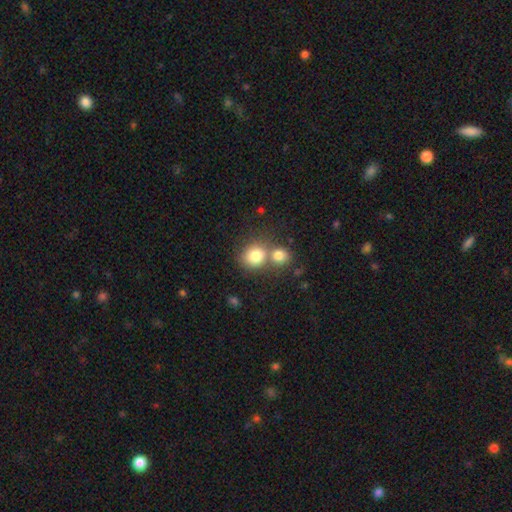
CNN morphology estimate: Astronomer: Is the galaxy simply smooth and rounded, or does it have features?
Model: smooth — 80%.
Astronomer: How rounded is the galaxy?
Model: round — 78%.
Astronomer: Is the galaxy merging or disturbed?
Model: none — 45% (runner-up: merger, 44%).